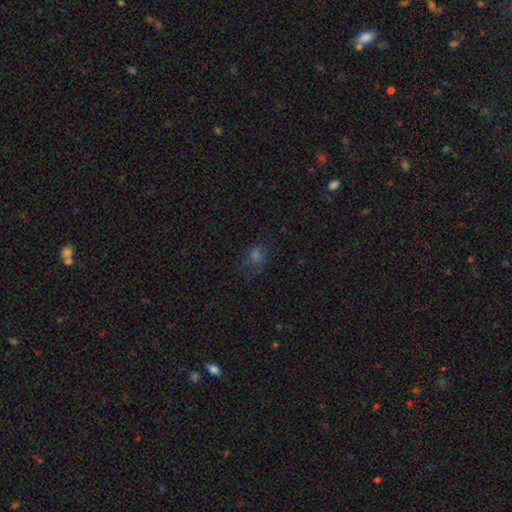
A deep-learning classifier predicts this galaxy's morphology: A smooth galaxy with no disk features (53%) that is round (58%). Merging: none (57%).